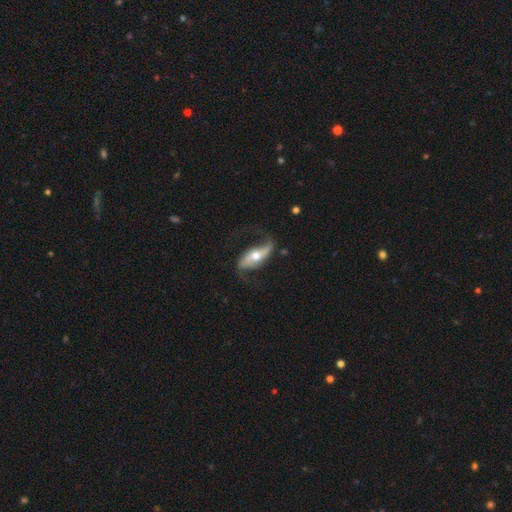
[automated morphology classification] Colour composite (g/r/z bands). It shows a featured or disk galaxy (75%) with no bar (42%), 2 (90%) loose (81%) spiral arms (89%) and a moderate central bulge (69%). Merging: none (64%).